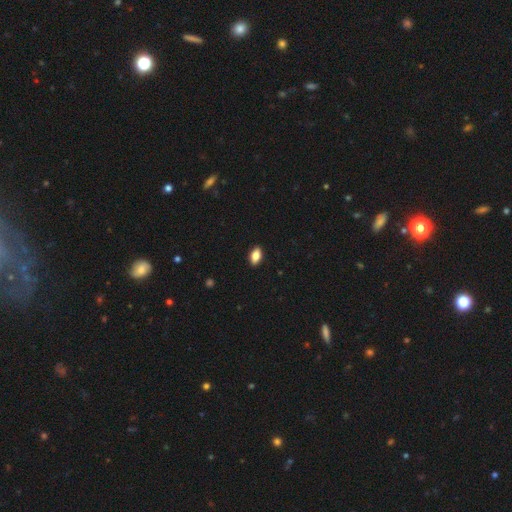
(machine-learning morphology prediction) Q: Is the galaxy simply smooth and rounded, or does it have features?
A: smooth — 82%.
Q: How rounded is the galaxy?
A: in between — 90%.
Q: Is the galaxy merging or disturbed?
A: none — 90%.